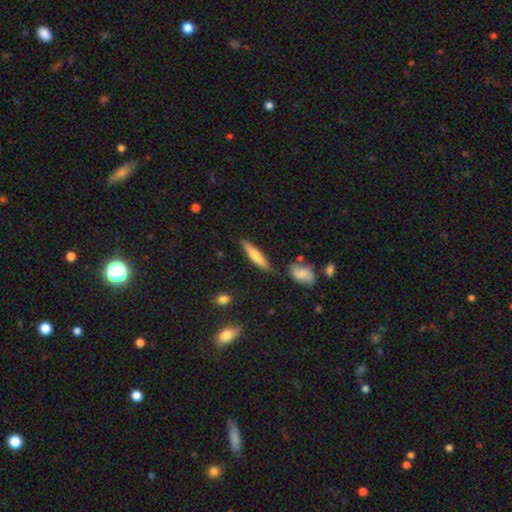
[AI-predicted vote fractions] Overall: smooth (61%; featured or disk 33%). How rounded: cigar-shaped (80%). Merging: none (79%).